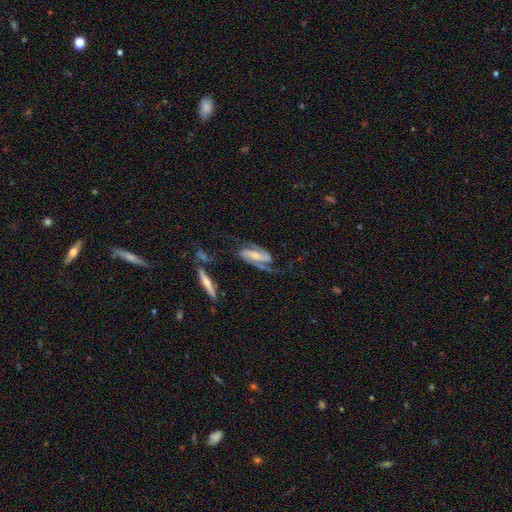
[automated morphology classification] Smooth or featured: featured or disk — 88% (smooth — 7%)
Edge-on disk: no — 95% (yes — 5%)
Bar: weak — 37% (strong — 36%)
Spiral arms: yes — 97% (no — 3%)
Spiral winding: medium — 50% (tight — 25%)
Spiral arm count: 2 — 91% (can't tell — 3%)
Bulge size: moderate — 34% (small — 31%)
Merging: none — 63% (minor disturbance — 18%)